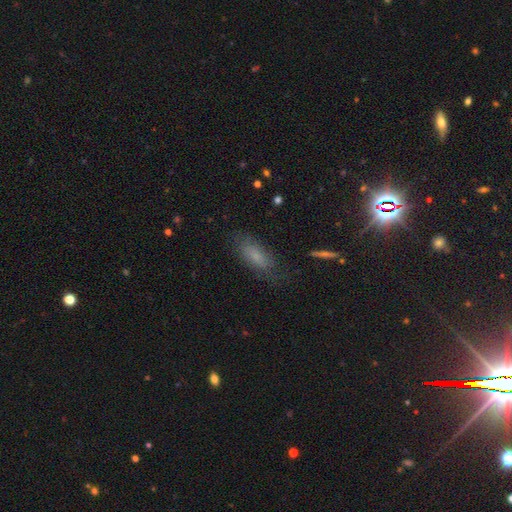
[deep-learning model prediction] This appears to be a smooth galaxy with no disk features (67%) that is in between round and cigar-shaped (74%). Merging: none (68%).